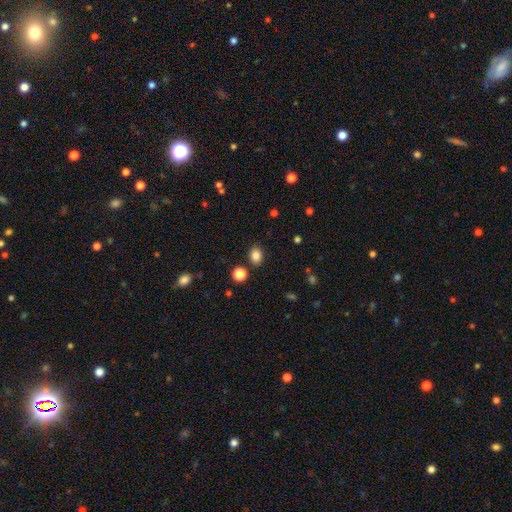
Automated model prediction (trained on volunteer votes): This appears to be a smooth galaxy with no disk features (85%) that is in between round and cigar-shaped (61%). Merging: none (84%).